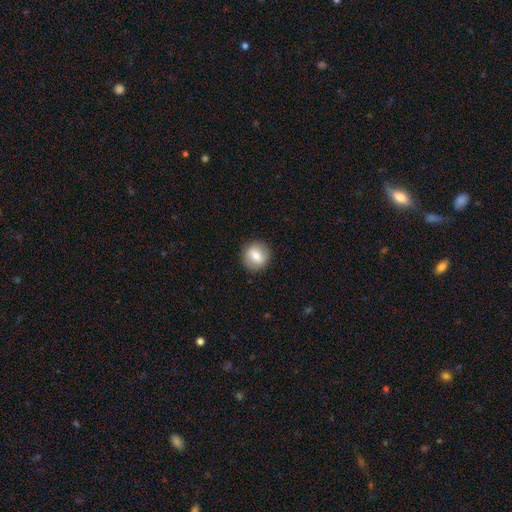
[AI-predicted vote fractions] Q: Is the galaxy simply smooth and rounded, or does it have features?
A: smooth — 75%.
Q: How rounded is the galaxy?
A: round — 90%.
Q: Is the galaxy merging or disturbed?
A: none — 90%.